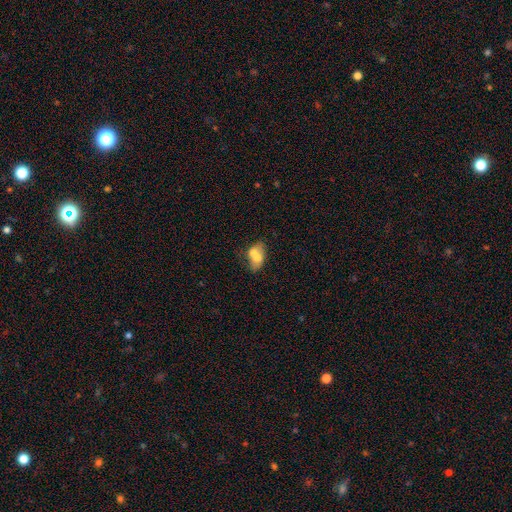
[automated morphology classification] smooth_or_featured: smooth (p=0.59) [alt: featured or disk p=0.32]
how_rounded: in between (p=0.82) [alt: round p=0.15]
merging: merger (p=0.48) [alt: none p=0.33]